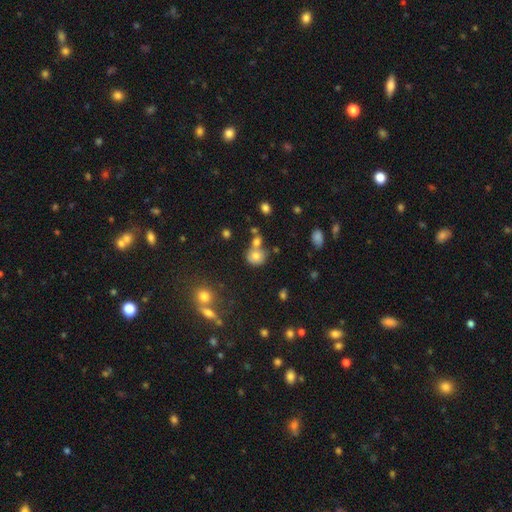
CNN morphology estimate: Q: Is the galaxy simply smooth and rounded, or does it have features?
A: smooth — 72%.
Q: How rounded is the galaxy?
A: round — 79%.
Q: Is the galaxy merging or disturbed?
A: none — 51%.